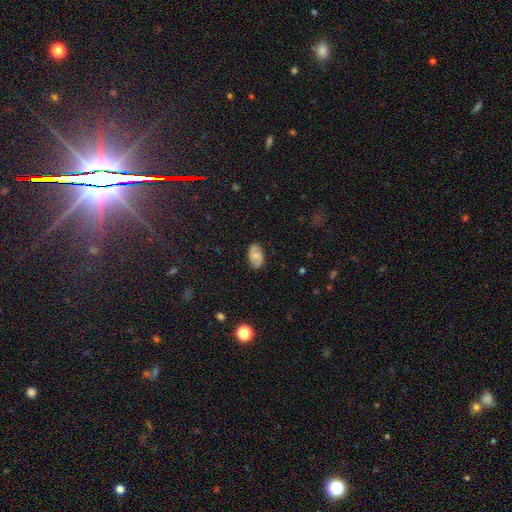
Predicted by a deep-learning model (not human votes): Overall: smooth (50%; featured or disk 41%). How rounded: in between (90%). Merging: none (81%).